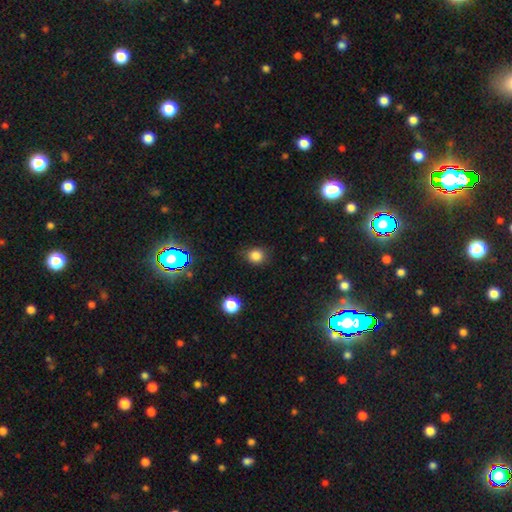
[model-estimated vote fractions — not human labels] Smooth or featured? Predicted: smooth (p=0.82). How rounded? Predicted: round (p=0.78). Merging? Predicted: none (p=0.81).